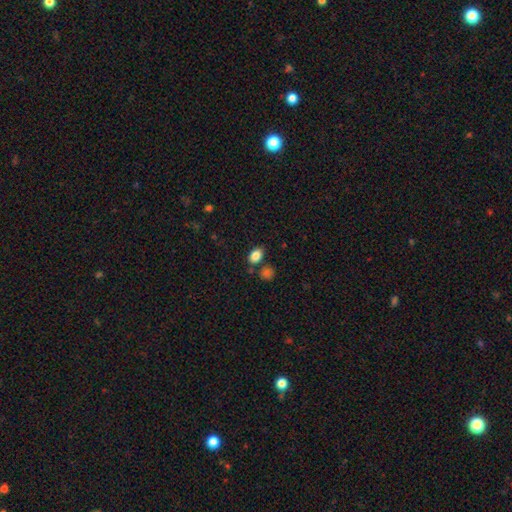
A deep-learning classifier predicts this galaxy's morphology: Smooth or featured: smooth — 85% (star or artifact — 9%)
How rounded: in between — 78% (round — 21%)
Merging: none — 74% (minor disturbance — 12%)